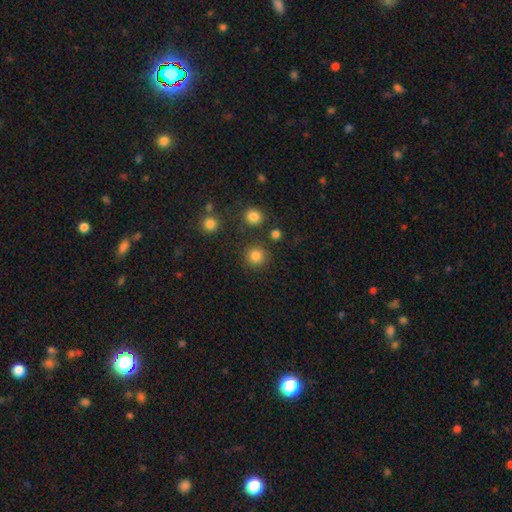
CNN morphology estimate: Smooth or featured?
  - smooth: 83% *
  - star or artifact: 13%
  - featured or disk: 4%
How rounded?
  - round: 93% *
  - in between: 6%
  - cigar-shaped: 1%
Merging?
  - none: 87% *
  - minor disturbance: 6%
  - merger: 4%
  - major disturbance: 3%